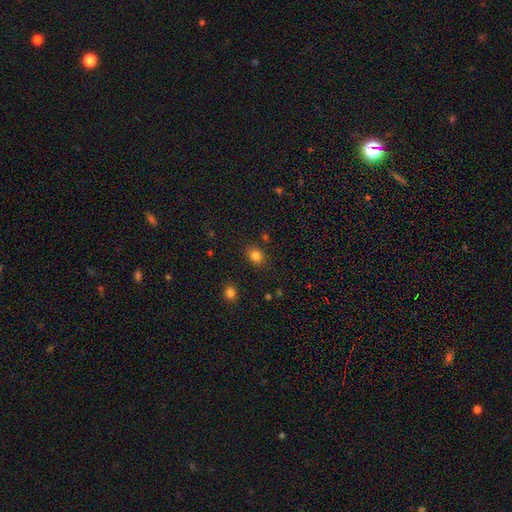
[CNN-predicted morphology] smooth-or-featured: smooth: 82% | star or artifact: 12% | featured or disk: 6%
  how-rounded: in between: 50% | round: 49% | cigar-shaped: 1%
  merging: none: 84% | minor disturbance: 10% | major disturbance: 3% | merger: 3%